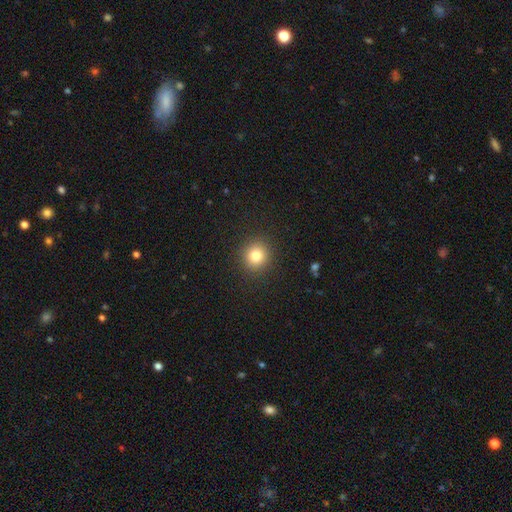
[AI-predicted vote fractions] Smooth or featured? smooth (80%)
How rounded? round (90%)
Merging? none (91%)